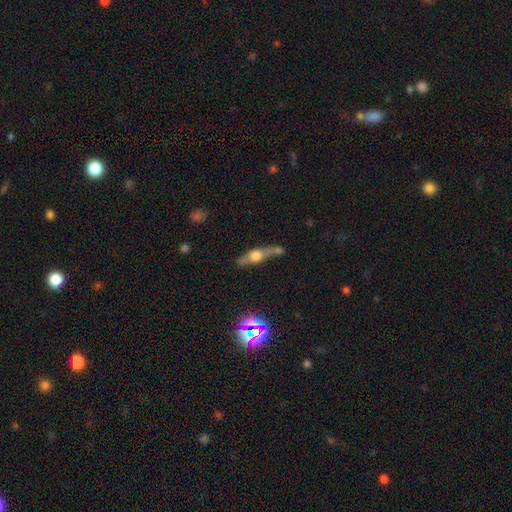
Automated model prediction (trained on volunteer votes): This appears to be a featured or disk galaxy (58%) viewed edge-on (83%). Merging: none (51%).